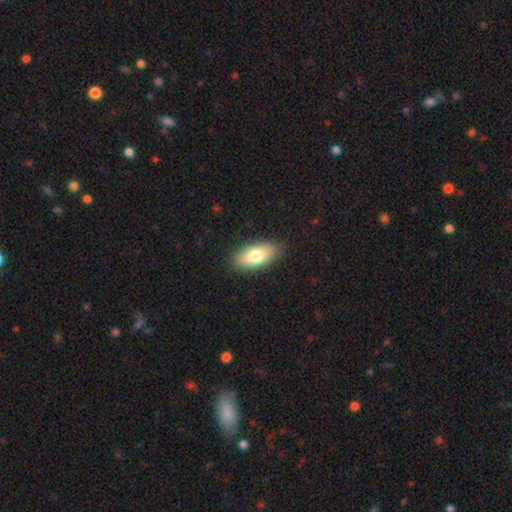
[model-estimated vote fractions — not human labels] smooth-or-featured: smooth: 77% | featured or disk: 16% | star or artifact: 7%
  how-rounded: in between: 89% | cigar-shaped: 7% | round: 3%
  merging: none: 88% | minor disturbance: 9% | major disturbance: 2% | merger: 1%